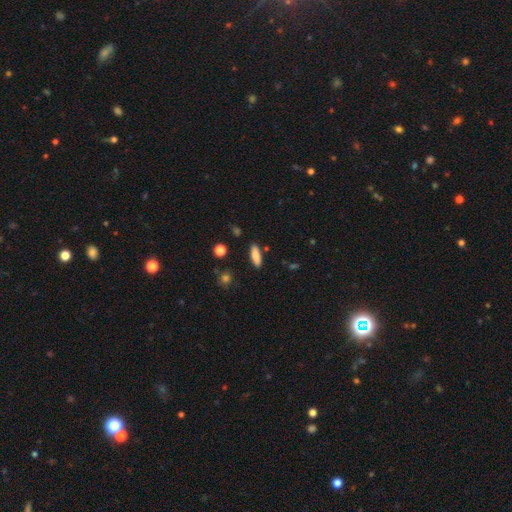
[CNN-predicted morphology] Overall: smooth (84%). How rounded: in between (53%; cigar-shaped 44%). Merging: none (87%).